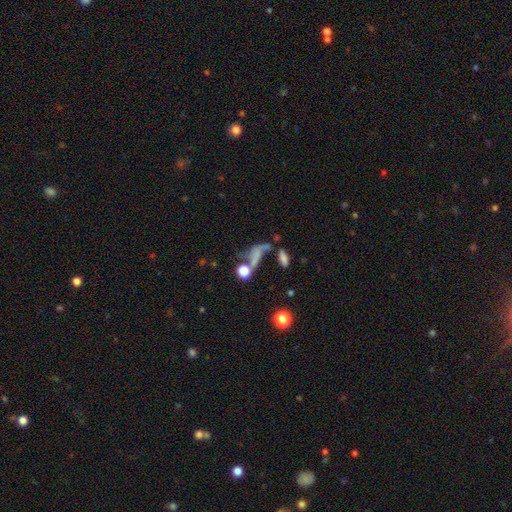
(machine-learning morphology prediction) Smooth or featured?
  - smooth: 50% *
  - featured or disk: 32%
  - star or artifact: 18%
Merging?
  - merger: 30% *
  - none: 29%
  - major disturbance: 25%
  - minor disturbance: 15%